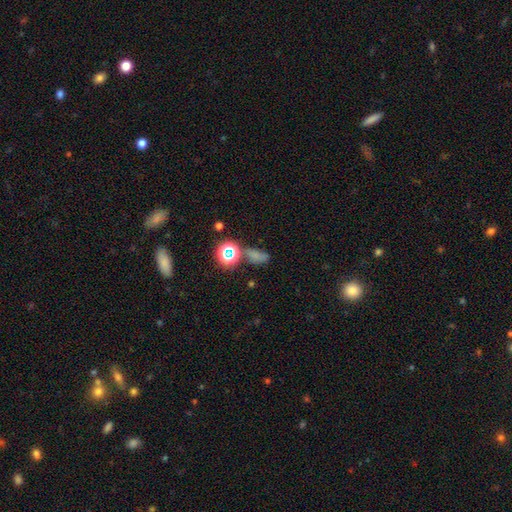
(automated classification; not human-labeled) Overall: smooth (58%; star or artifact 32%). How rounded: in between (68%). Merging: none (55%; minor disturbance 20%).